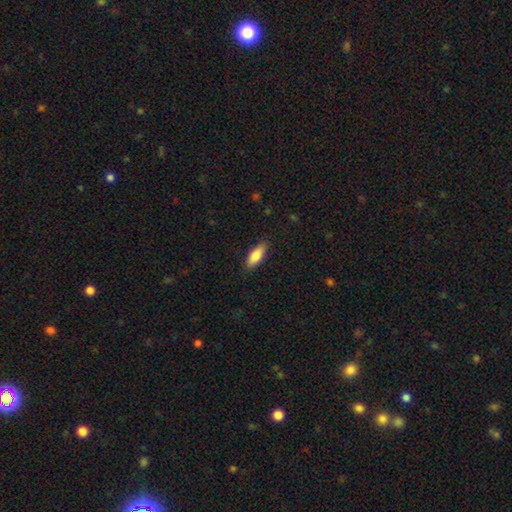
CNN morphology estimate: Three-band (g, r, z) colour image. It shows a smooth galaxy with no disk features (85%) that is in between round and cigar-shaped (75%). Merging: none (86%).